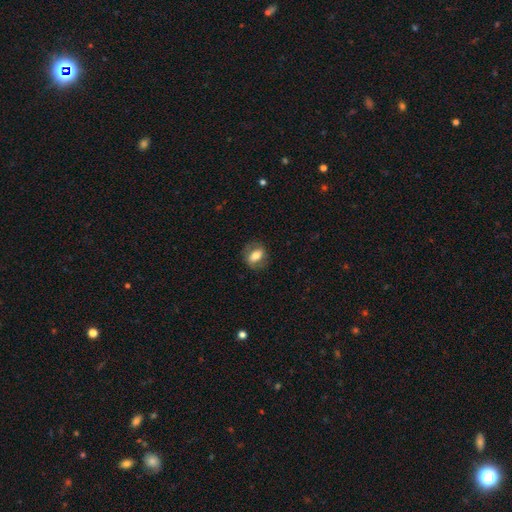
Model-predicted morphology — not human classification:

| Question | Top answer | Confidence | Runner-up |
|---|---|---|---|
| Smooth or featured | smooth | 59% | featured or disk (33%) |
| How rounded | in between | 71% | round (26%) |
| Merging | none | 75% | minor disturbance (16%) |